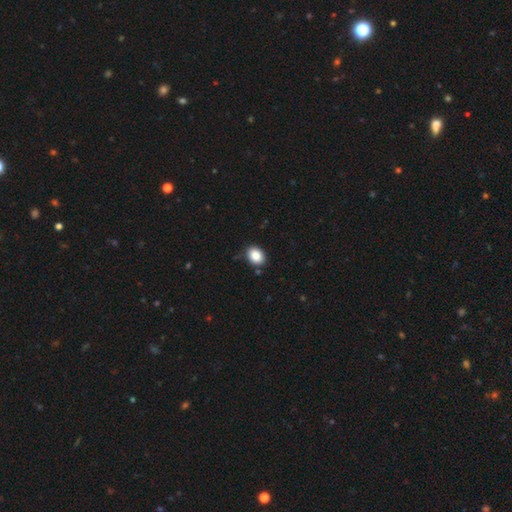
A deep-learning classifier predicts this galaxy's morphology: smooth-or-featured: smooth: 87% | star or artifact: 9% | featured or disk: 5%
  how-rounded: in between: 63% | round: 37% | cigar-shaped: 1%
  merging: none: 85% | minor disturbance: 11% | major disturbance: 2% | merger: 2%